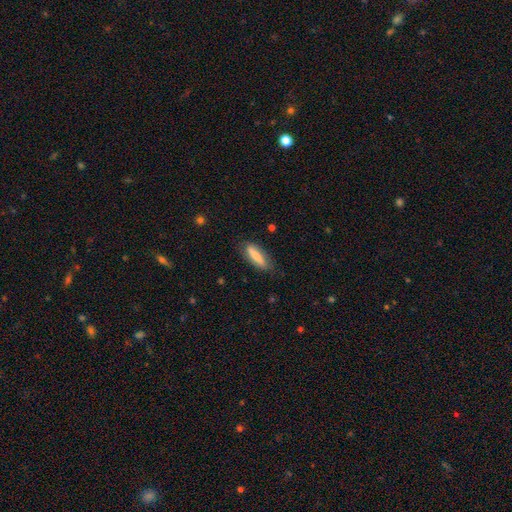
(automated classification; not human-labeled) Morphology: type=smooth (73%); roundness=cigar-shaped (58%); merging=none (77%).